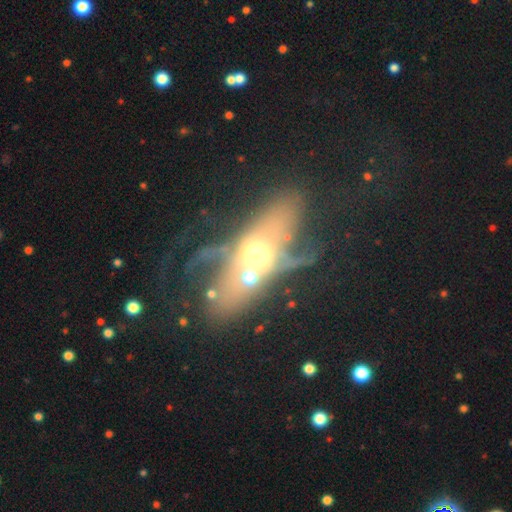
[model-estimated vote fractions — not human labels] featured or disk 60%, smooth 28%, star or artifact 12%. Down the decision tree: edge-on disk — no (74%); merging — major disturbance (37%).